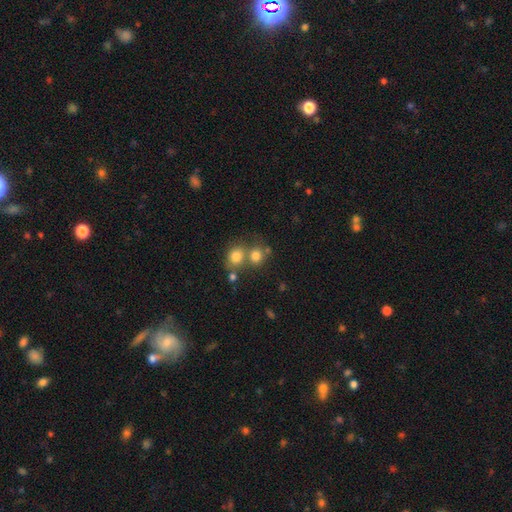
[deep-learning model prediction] smooth_or_featured: smooth (p=0.77) [alt: star or artifact p=0.13]
how_rounded: round (p=0.78) [alt: in between p=0.21]
merging: none (p=0.46) [alt: merger p=0.43]